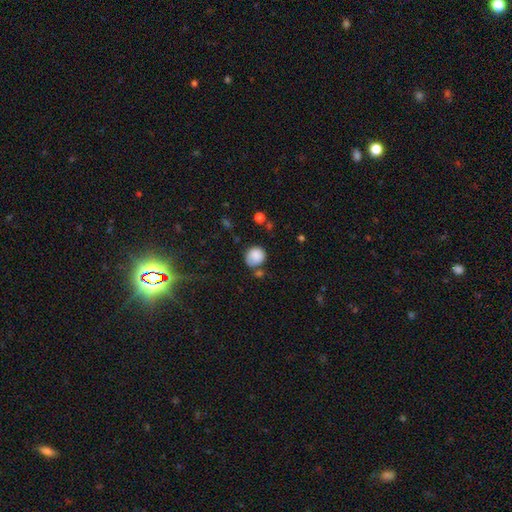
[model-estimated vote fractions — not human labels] smooth-or-featured: smooth: 85% | star or artifact: 9% | featured or disk: 6%
  how-rounded: round: 83% | in between: 16% | cigar-shaped: 1%
  merging: none: 63% | minor disturbance: 21% | merger: 11% | major disturbance: 6%